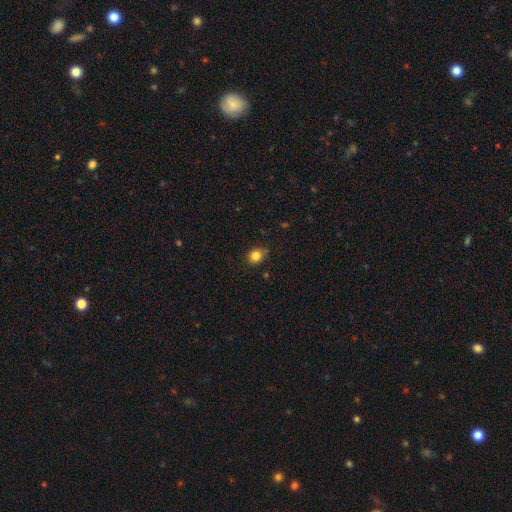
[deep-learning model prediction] Overall: smooth (83%). How rounded: round (79%). Merging: none (84%).